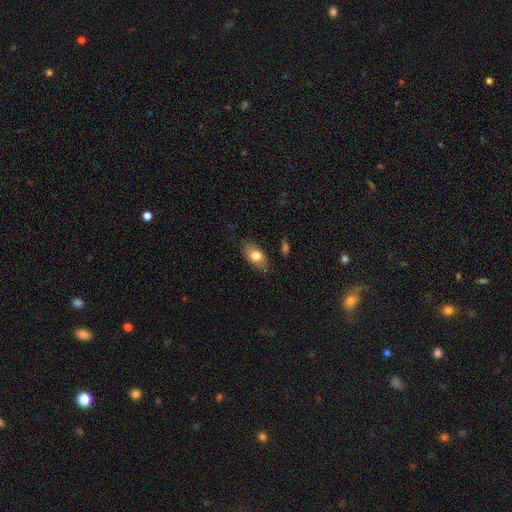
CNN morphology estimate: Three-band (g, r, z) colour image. It shows a smooth galaxy with no disk features (76%) that is in between round and cigar-shaped (90%). Merging: none (80%).